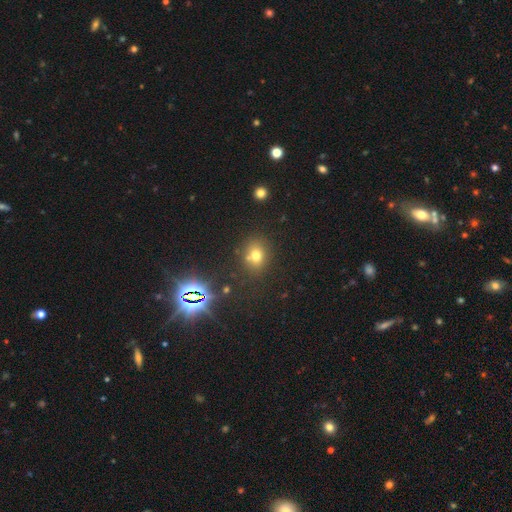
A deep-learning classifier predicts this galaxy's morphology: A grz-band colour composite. It shows a smooth galaxy with no disk features (68%) that is round (59%). Merging: none (69%).